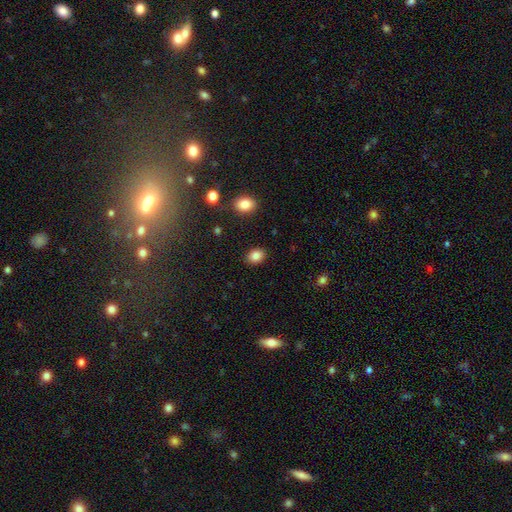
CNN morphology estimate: A smooth galaxy with no disk features (84%) that is in between round and cigar-shaped (61%). Merging: none (88%).